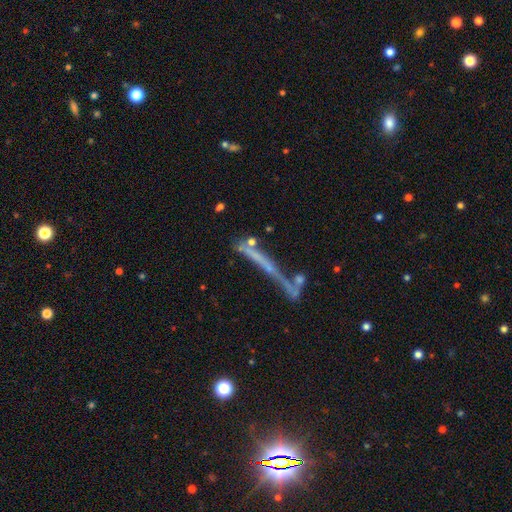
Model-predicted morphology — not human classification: Smooth or featured: featured or disk — 58% (smooth — 29%)
Edge-on disk: yes — 81% (no — 19%)
Merging: none — 44% (merger — 24%)